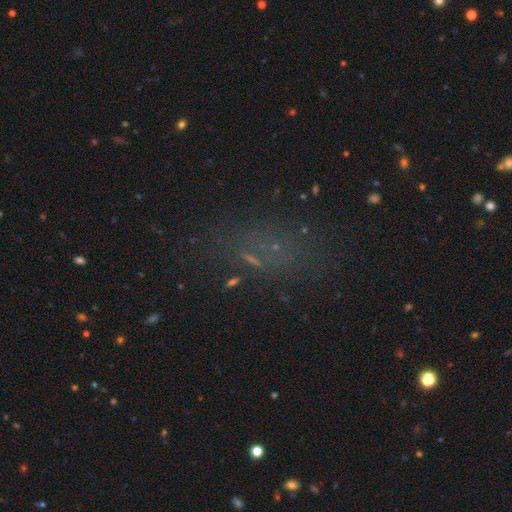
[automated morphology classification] smooth_or_featured: smooth (p=0.42) [alt: star or artifact p=0.41]
merging: none (p=0.63) [alt: minor disturbance p=0.17]